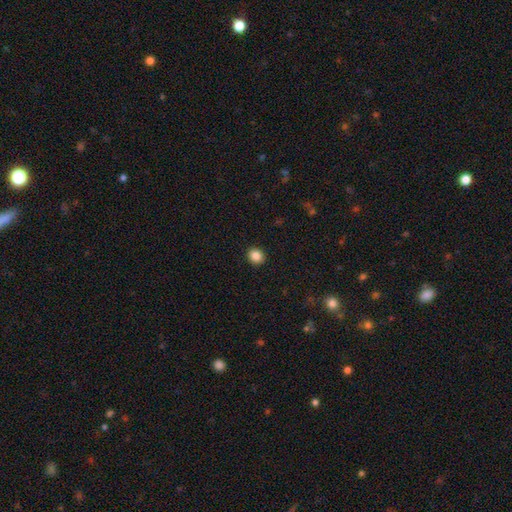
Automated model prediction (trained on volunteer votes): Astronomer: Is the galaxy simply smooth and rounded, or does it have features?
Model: smooth — 87%.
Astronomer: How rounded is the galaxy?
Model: round — 74%.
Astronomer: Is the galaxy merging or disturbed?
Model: none — 92%.